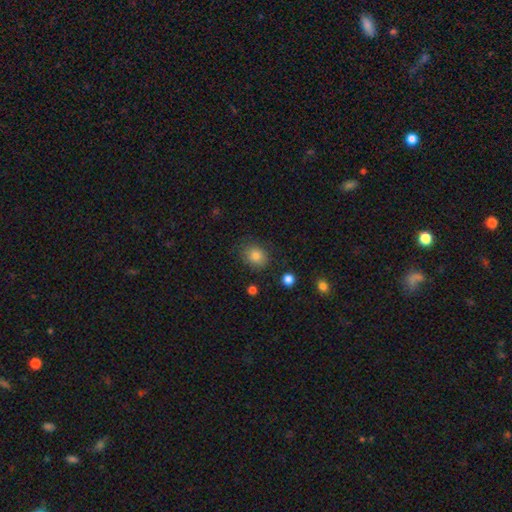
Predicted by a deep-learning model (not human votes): Smooth or featured? Predicted: smooth (p=0.82). How rounded? Predicted: round (p=0.57). Merging? Predicted: none (p=0.80).